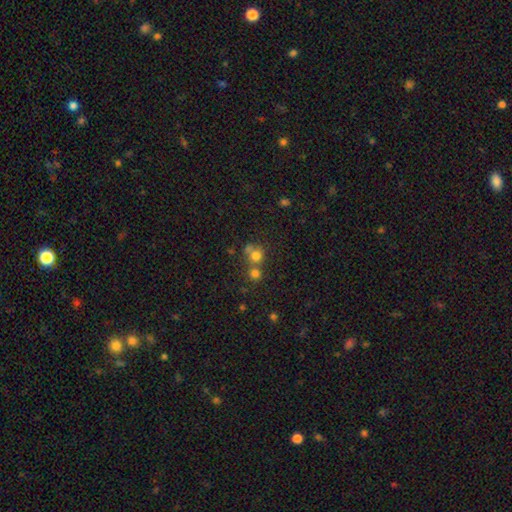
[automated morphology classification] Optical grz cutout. It shows a smooth galaxy with no disk features (71%) that is round (86%). Merging: none (48%).